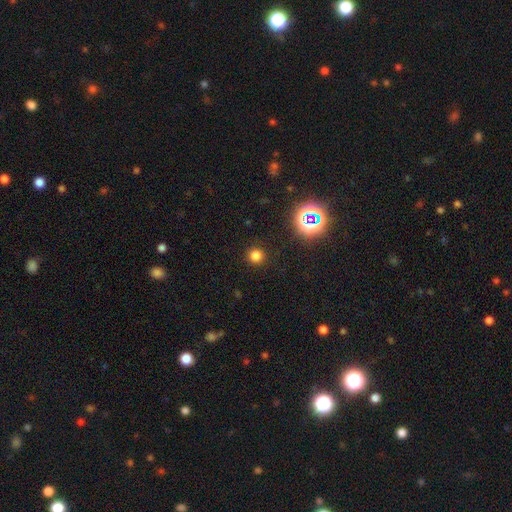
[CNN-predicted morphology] This is likely a smooth galaxy (76%). How rounded: clearly round (94%). Merging: clearly none (91%).